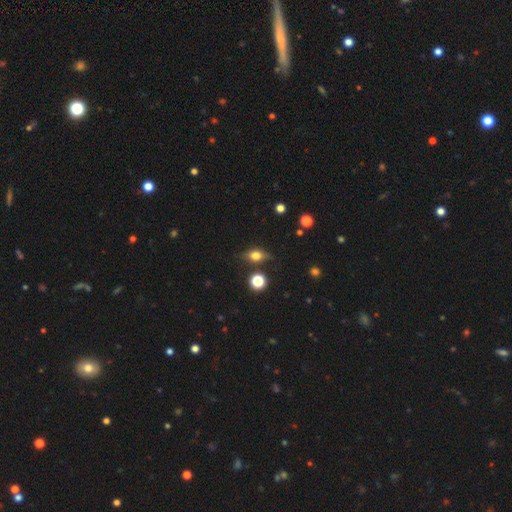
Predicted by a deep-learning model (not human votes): Smooth or featured: smooth — 60% (featured or disk — 28%)
How rounded: in between — 63% (round — 27%)
Merging: none — 73% (minor disturbance — 18%)